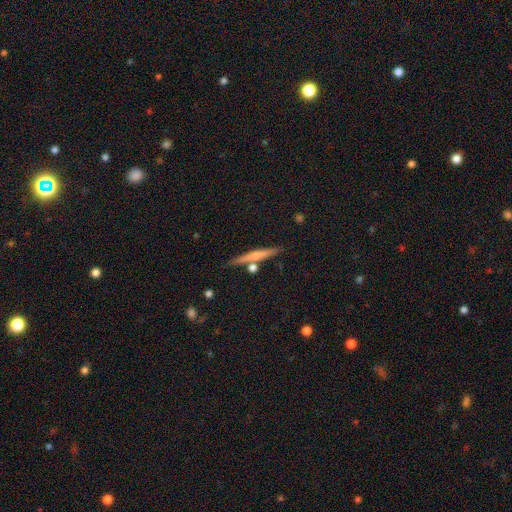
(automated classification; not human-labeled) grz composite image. It shows a smooth galaxy with no disk features (52%) that is cigar-shaped (93%). Merging: none (78%).